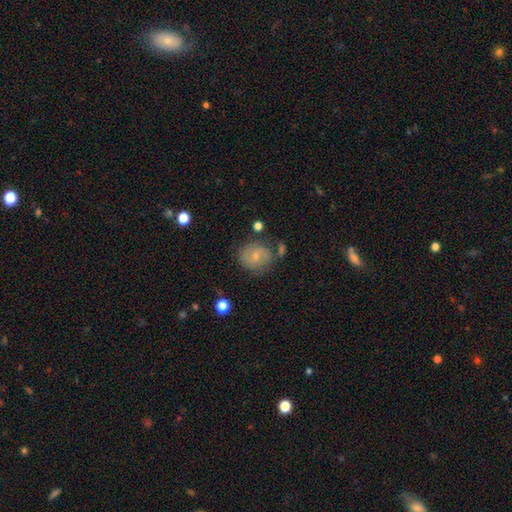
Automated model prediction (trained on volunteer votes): Smooth or featured? featured or disk (46%)
Merging? none (66%)